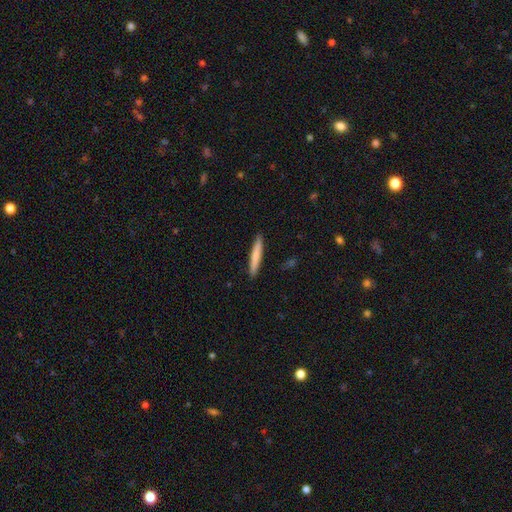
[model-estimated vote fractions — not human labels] Q: Smooth or featured?
A: smooth (77%); runner-up: featured or disk (18%)
Q: How rounded?
A: cigar-shaped (95%); runner-up: in between (4%)
Q: Merging?
A: none (92%); runner-up: minor disturbance (6%)